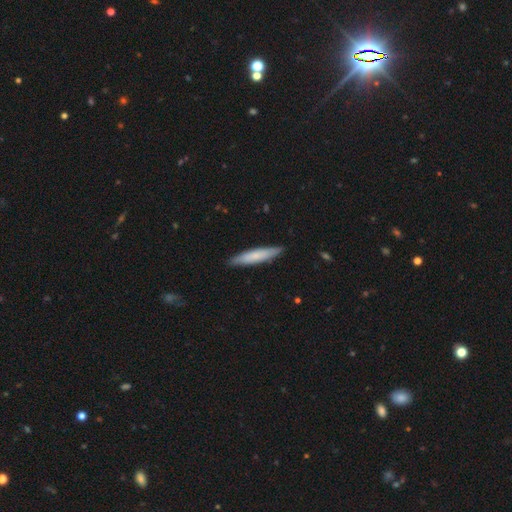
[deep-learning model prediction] Smooth or featured: smooth — 70% (featured or disk — 25%)
How rounded: cigar-shaped — 88% (in between — 11%)
Merging: none — 89% (minor disturbance — 9%)